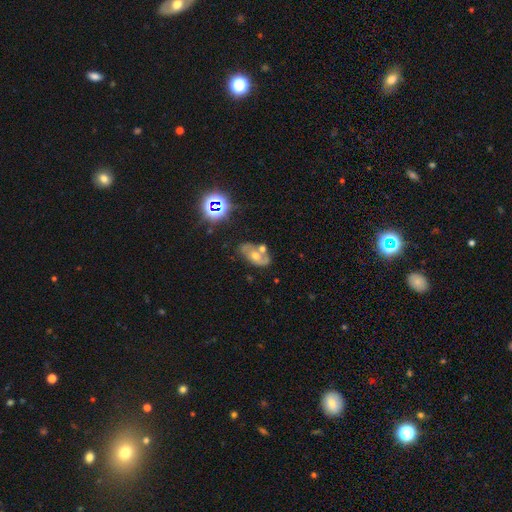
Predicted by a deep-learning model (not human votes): Smooth or featured? featured or disk (51%)
Edge-on disk? no (91%)
Merging? none (47%)